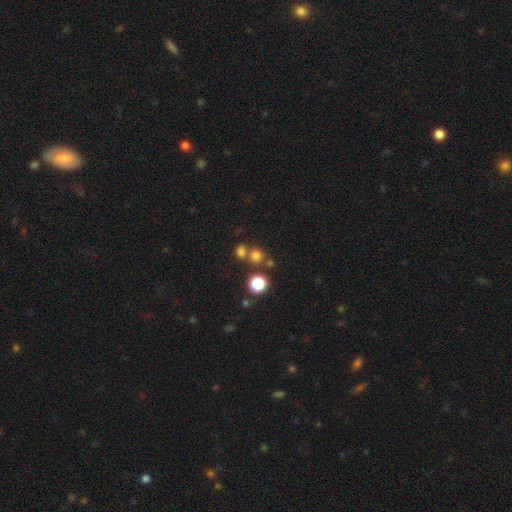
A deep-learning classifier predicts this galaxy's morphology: smooth_or_featured: smooth (p=0.73) [alt: star or artifact p=0.20]
how_rounded: round (p=0.84) [alt: in between p=0.15]
merging: none (p=0.63) [alt: merger p=0.26]